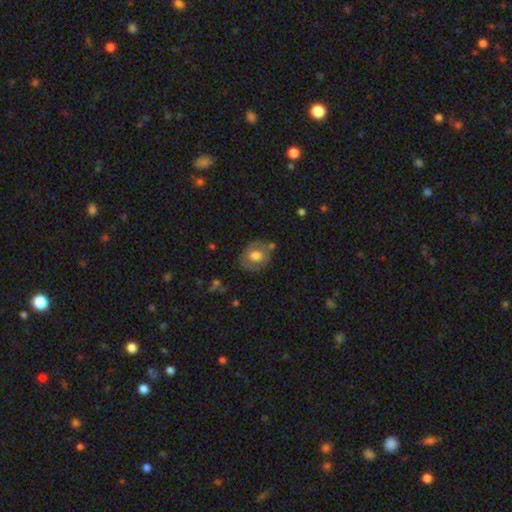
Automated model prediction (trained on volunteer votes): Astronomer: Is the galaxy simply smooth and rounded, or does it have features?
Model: smooth — 60%.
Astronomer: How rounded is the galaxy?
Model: round — 53% (runner-up: in between, 46%).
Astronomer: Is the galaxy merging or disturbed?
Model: none — 71%.